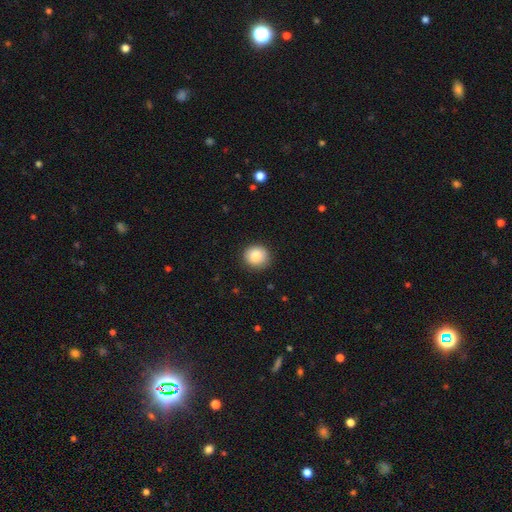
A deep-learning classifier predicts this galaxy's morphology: Overall: smooth (85%). How rounded: round (89%). Merging: none (90%).